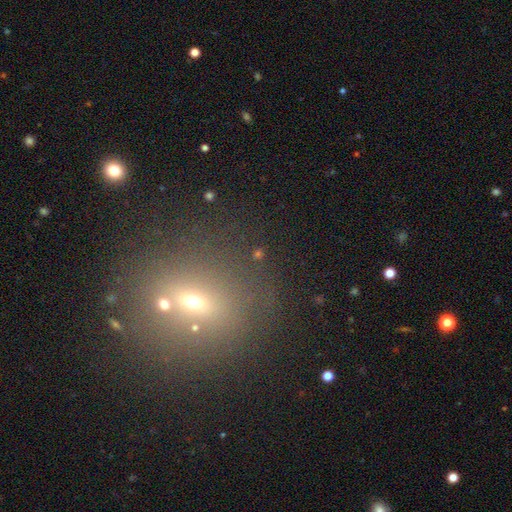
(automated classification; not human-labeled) The model was most divided on "smooth or featured": star or artifact: 44%, smooth: 41%, featured or disk: 15%.